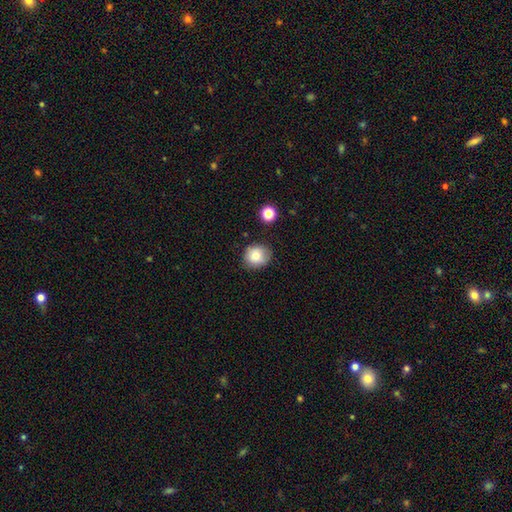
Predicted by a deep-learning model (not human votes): Smooth or featured? Predicted: smooth (p=0.78). How rounded? Predicted: round (p=0.83). Merging? Predicted: none (p=0.79).